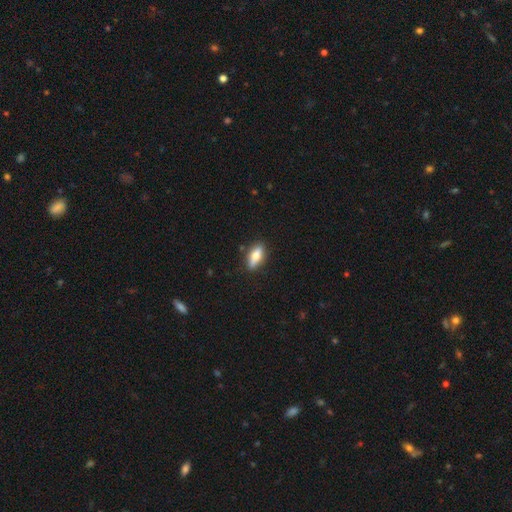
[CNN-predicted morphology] Smooth or featured?
  - smooth: 64% *
  - featured or disk: 29%
  - star or artifact: 7%
How rounded?
  - in between: 65% *
  - cigar-shaped: 31%
  - round: 4%
Merging?
  - none: 83% *
  - minor disturbance: 12%
  - major disturbance: 3%
  - merger: 2%